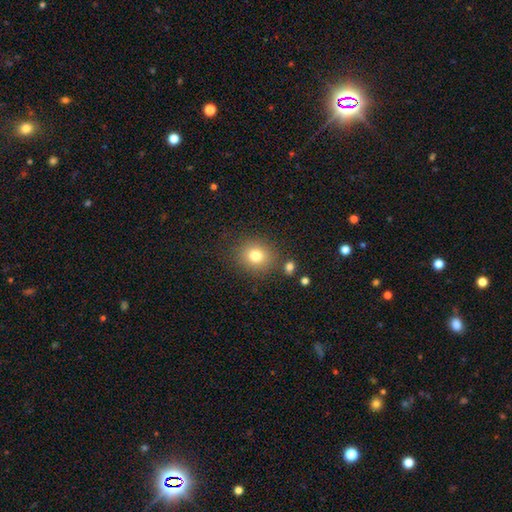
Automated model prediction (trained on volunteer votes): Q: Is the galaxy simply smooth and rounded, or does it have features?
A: smooth — 79%.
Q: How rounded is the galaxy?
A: round — 78%.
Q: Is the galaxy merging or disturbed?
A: none — 81%.